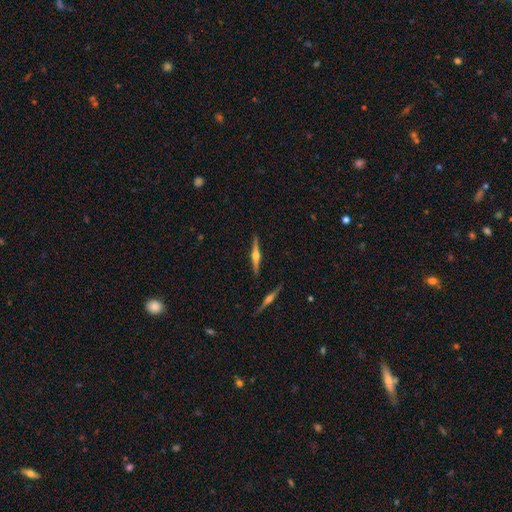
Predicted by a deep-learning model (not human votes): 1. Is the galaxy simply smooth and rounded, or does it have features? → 79% featured or disk, 16% smooth, 6% star or artifact.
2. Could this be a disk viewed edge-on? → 98% yes, 2% no.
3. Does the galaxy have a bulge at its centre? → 93% rounded, 4% boxy, 3% none.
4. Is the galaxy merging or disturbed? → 88% none, 8% minor disturbance, 3% merger, 2% major disturbance.